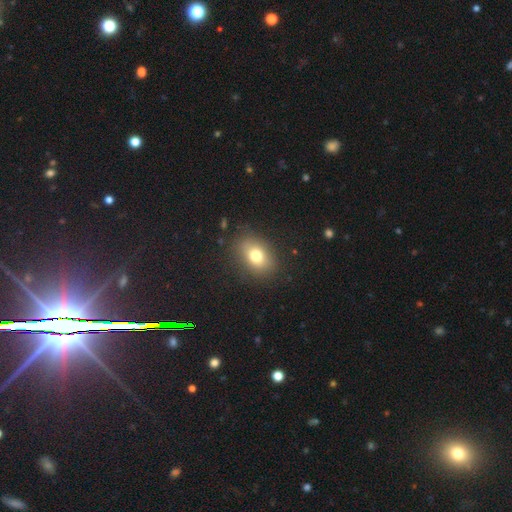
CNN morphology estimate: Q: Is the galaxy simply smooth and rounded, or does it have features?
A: smooth — 74%.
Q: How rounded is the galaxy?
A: in between — 71%.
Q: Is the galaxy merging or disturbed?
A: none — 83%.